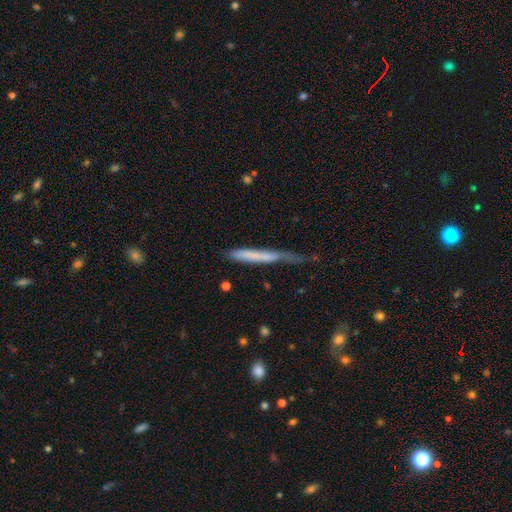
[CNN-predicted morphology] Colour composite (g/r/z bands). It shows a smooth galaxy with no disk features (61%) that is cigar-shaped (96%). Merging: none (46%).